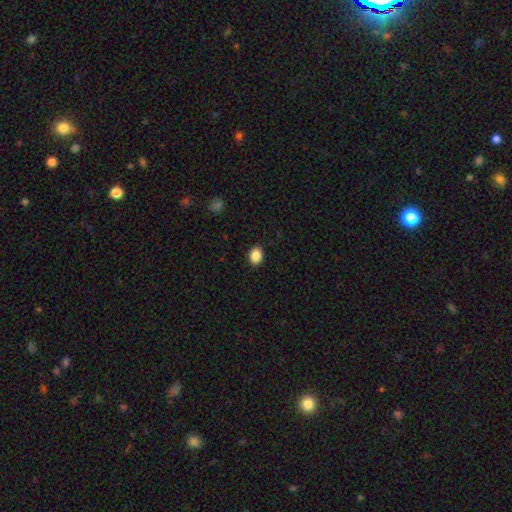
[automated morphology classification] smooth-or-featured: smooth: 88% | star or artifact: 9% | featured or disk: 3%
  how-rounded: in between: 61% | round: 38% | cigar-shaped: 1%
  merging: none: 90% | minor disturbance: 7% | major disturbance: 2% | merger: 1%